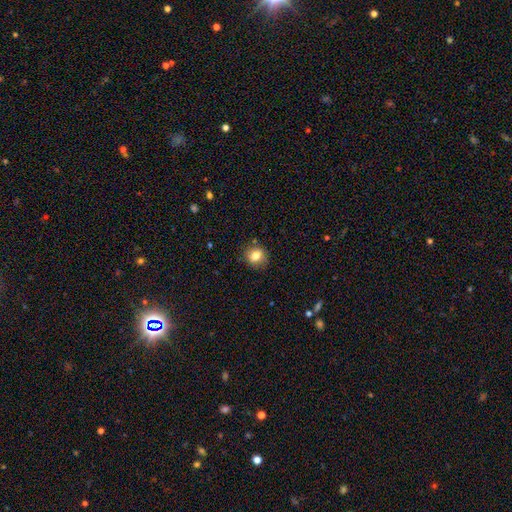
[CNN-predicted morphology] This is clearly a smooth galaxy (80%). How rounded: likely round (79%). Merging: clearly none (84%).